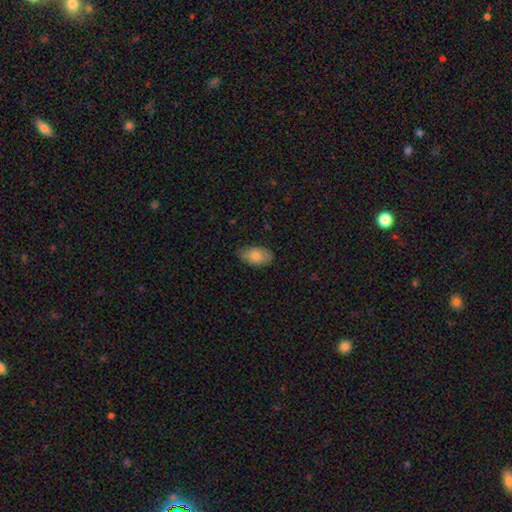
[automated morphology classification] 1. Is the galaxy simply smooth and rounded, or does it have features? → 78% smooth, 15% featured or disk, 7% star or artifact.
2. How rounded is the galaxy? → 92% in between, 6% round, 2% cigar-shaped.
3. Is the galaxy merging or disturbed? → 79% none, 17% minor disturbance, 3% major disturbance, 1% merger.